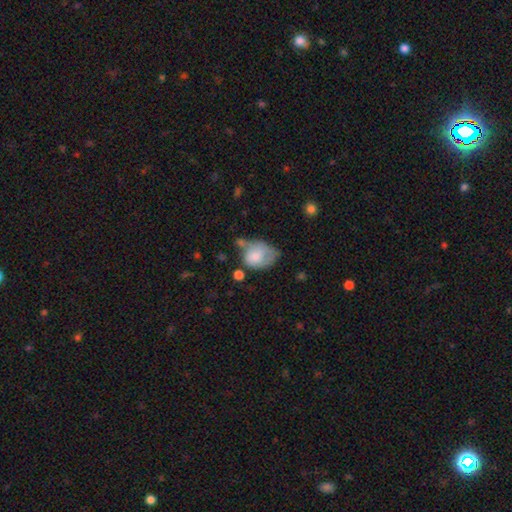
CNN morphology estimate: The model was most divided on "merging": minor disturbance: 35%, none: 28%, major disturbance: 25%, merger: 12%. More confident: smooth or featured — smooth (67%); how rounded — in between (65%).